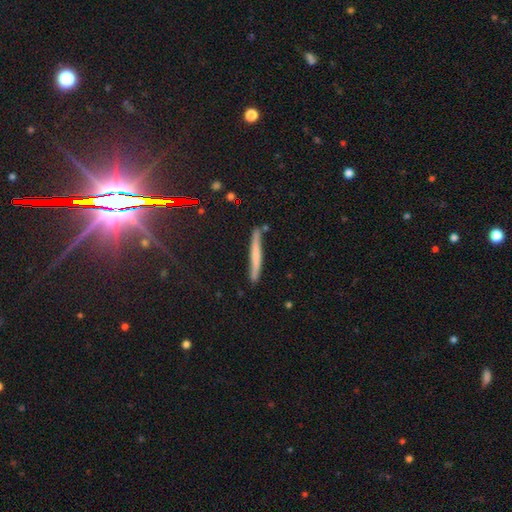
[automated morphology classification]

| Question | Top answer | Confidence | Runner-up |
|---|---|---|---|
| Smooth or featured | smooth | 55% | featured or disk (36%) |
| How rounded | cigar-shaped | 96% | in between (2%) |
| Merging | none | 83% | minor disturbance (12%) |